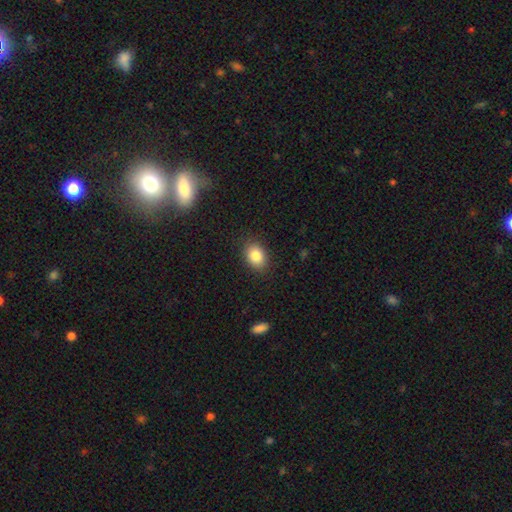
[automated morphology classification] A smooth galaxy with no disk features (85%) that is in between round and cigar-shaped (75%). Merging: none (86%).